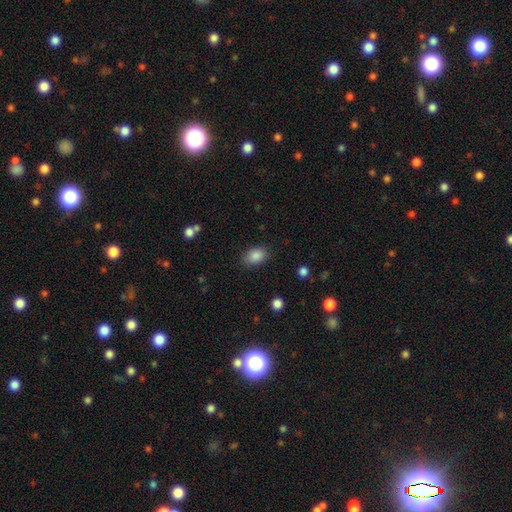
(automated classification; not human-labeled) smooth-or-featured: smooth: 87% | star or artifact: 8% | featured or disk: 4%
  how-rounded: in between: 83% | round: 16% | cigar-shaped: 1%
  merging: none: 83% | minor disturbance: 12% | major disturbance: 3% | merger: 1%